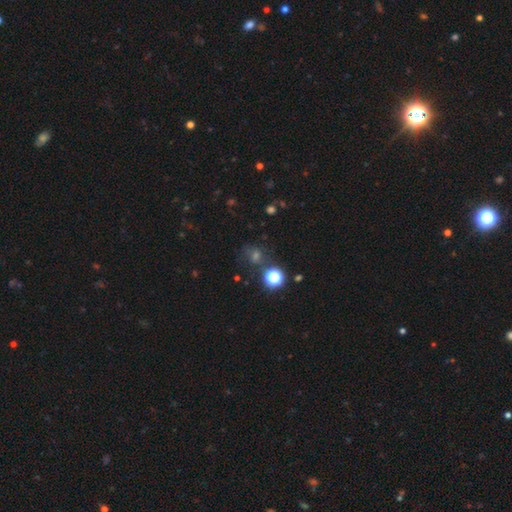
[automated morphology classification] type=star or artifact (46%).